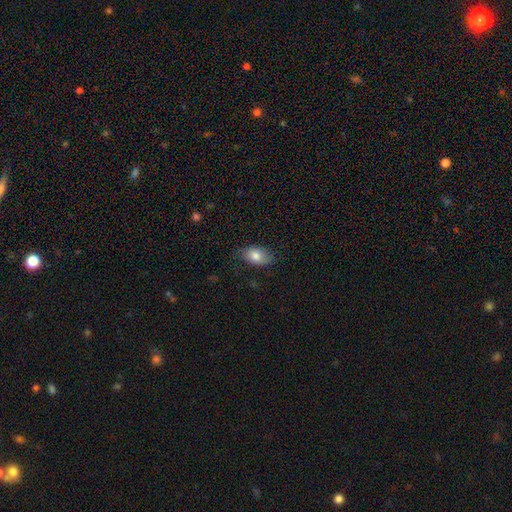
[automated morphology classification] Smooth or featured? smooth (78%)
How rounded? in between (90%)
Merging? none (72%)